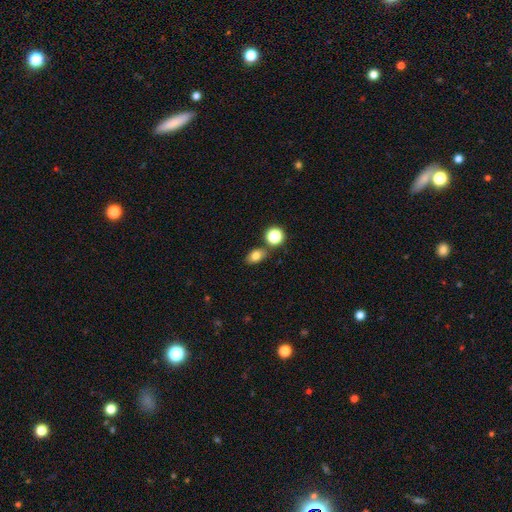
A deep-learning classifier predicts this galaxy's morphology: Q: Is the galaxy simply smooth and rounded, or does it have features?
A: smooth — 78%.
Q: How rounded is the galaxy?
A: in between — 76%.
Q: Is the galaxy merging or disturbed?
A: none — 75%.